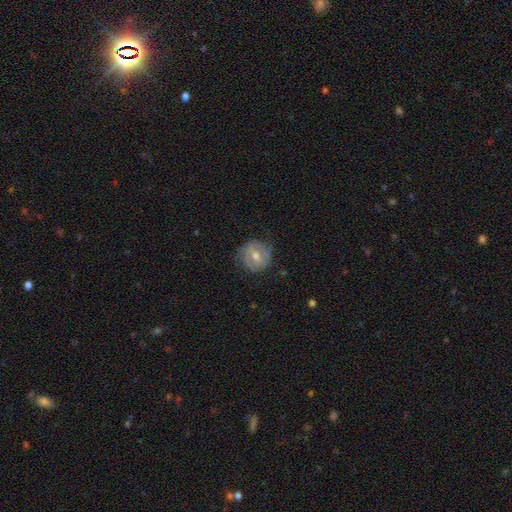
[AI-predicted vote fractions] featured or disk 58%, smooth 33%, star or artifact 9%. Down the decision tree: edge-on disk — no (96%); bar — no (46%); spiral arms — yes (67%); bulge size — moderate (68%); merging — none (75%).